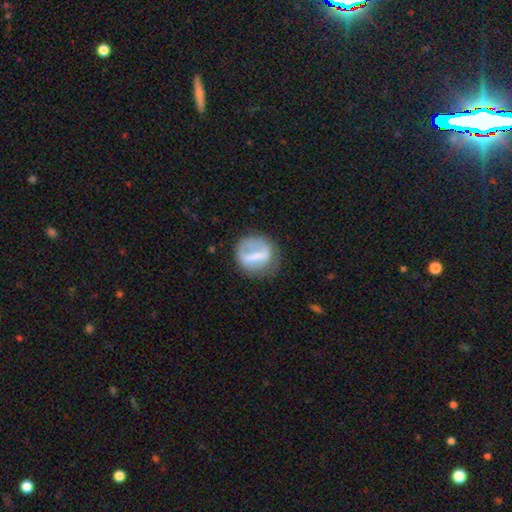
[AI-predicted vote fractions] Smooth or featured? smooth (46%)
Merging? none (59%)